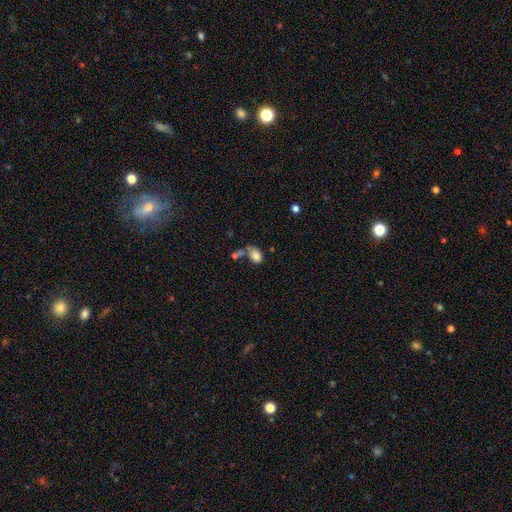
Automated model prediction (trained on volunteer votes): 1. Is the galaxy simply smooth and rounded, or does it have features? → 81% smooth, 10% featured or disk, 9% star or artifact.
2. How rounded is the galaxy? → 77% in between, 22% round, 1% cigar-shaped.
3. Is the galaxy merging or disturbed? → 40% none, 30% merger, 17% minor disturbance, 13% major disturbance.